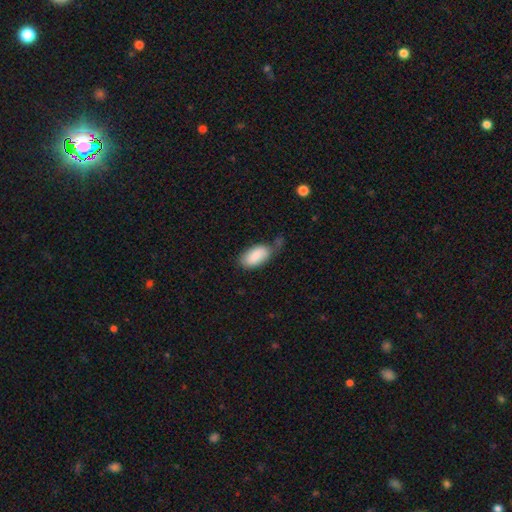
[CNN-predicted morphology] smooth 85%, featured or disk 9%, star or artifact 6%. Down the decision tree: how rounded — in between (94%); merging — none (44%).